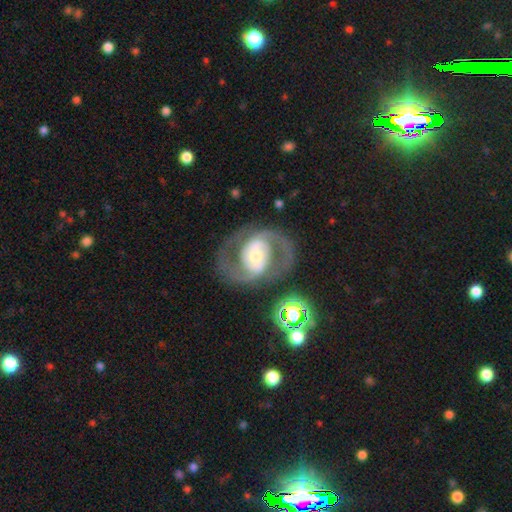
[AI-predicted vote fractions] A featured or disk galaxy (86%) with no bar (41%), 2 (90%) medium (58%) spiral arms (91%) and a moderate central bulge (52%). Merging: none (75%).